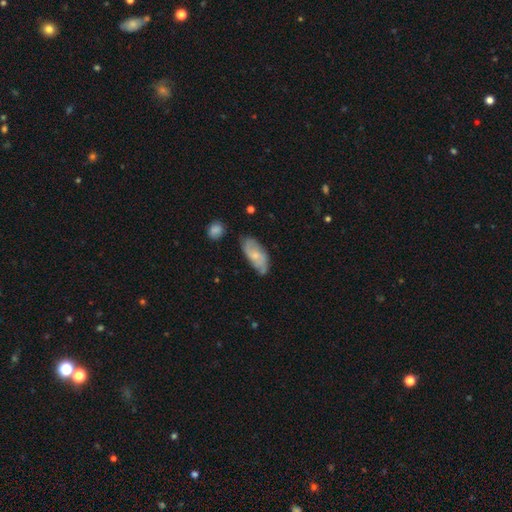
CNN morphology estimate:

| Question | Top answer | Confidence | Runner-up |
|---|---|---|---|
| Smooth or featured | smooth | 53% | featured or disk (40%) |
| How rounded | in between | 86% | cigar-shaped (11%) |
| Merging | none | 68% | minor disturbance (23%) |